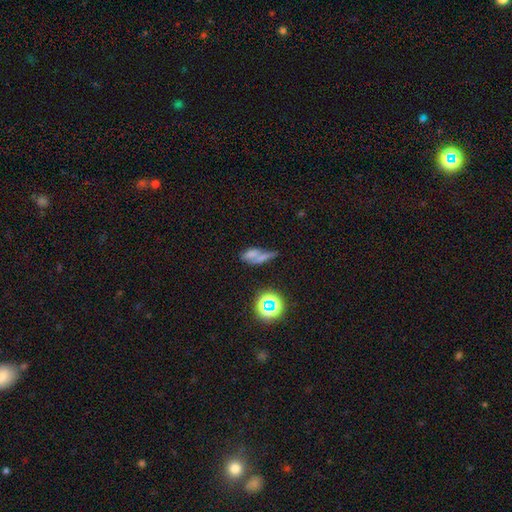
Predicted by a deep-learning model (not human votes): This is possibly a smooth galaxy (55%). How rounded: likely in between (60%). Merging: marginally merger (33%).